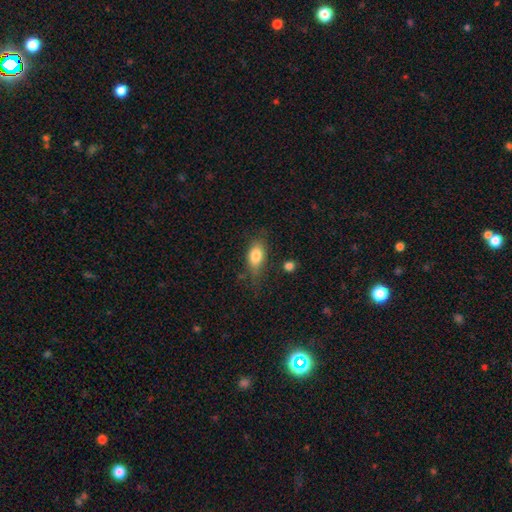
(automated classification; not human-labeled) The model was most divided on "merging": none: 62%, minor disturbance: 25%, major disturbance: 9%, merger: 4%. More confident: how rounded — in between (85%); smooth or featured — smooth (81%).